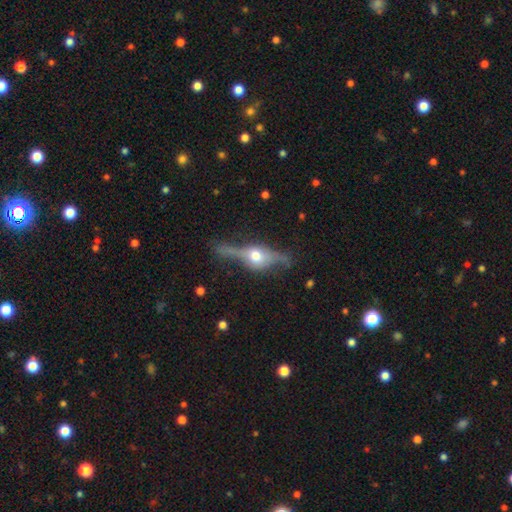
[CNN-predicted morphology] smooth-or-featured: featured or disk: 77% | smooth: 16% | star or artifact: 7%
  disk-edge-on: yes: 85% | no: 15%
    edge-on-bulge: rounded: 94% | boxy: 4% | none: 2%
  merging: none: 62% | minor disturbance: 21% | major disturbance: 13% | merger: 3%